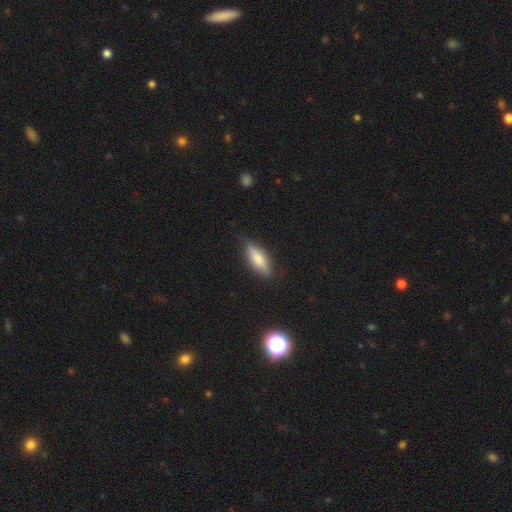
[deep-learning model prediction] Smooth or featured? smooth (62%)
How rounded? in between (56%)
Merging? none (83%)